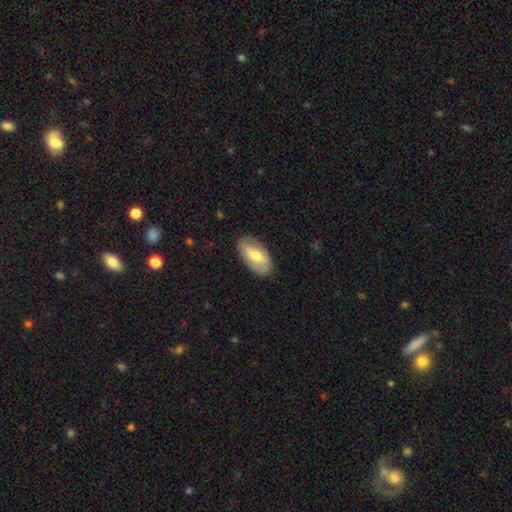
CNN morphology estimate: A smooth galaxy with no disk features (59%) that is in between round and cigar-shaped (93%).

Vote fractions:
- Smooth or featured? smooth: 59% / featured or disk: 36% / star or artifact: 6%
- How rounded? in between: 93% / cigar-shaped: 4% / round: 4%
- Merging? none: 83% / minor disturbance: 13% / major disturbance: 3% / merger: 1%